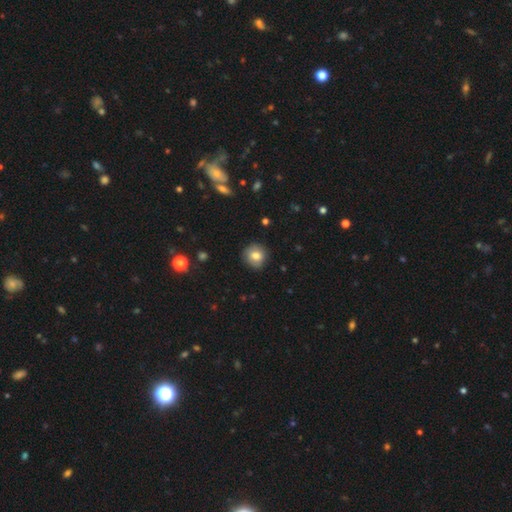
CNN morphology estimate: A smooth galaxy with no disk features (79%) that is round (88%).

Vote fractions:
- Smooth or featured? smooth: 79% / featured or disk: 12% / star or artifact: 9%
- How rounded? round: 88% / in between: 11% / cigar-shaped: 1%
- Merging? none: 86% / minor disturbance: 11% / major disturbance: 2% / merger: 1%